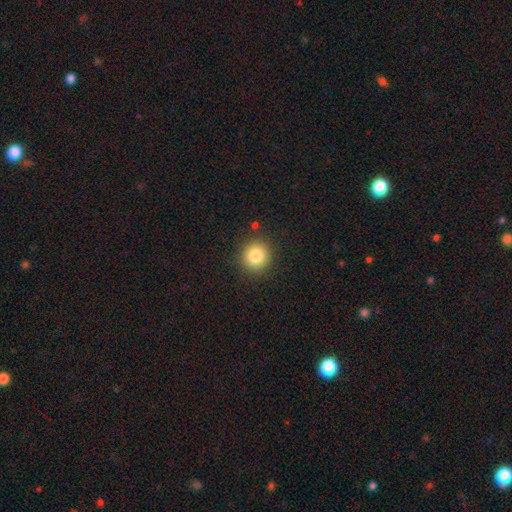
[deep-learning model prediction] smooth-or-featured: smooth: 83% | star or artifact: 11% | featured or disk: 6%
  how-rounded: round: 90% | in between: 9% | cigar-shaped: 1%
  merging: none: 89% | minor disturbance: 7% | major disturbance: 2% | merger: 2%